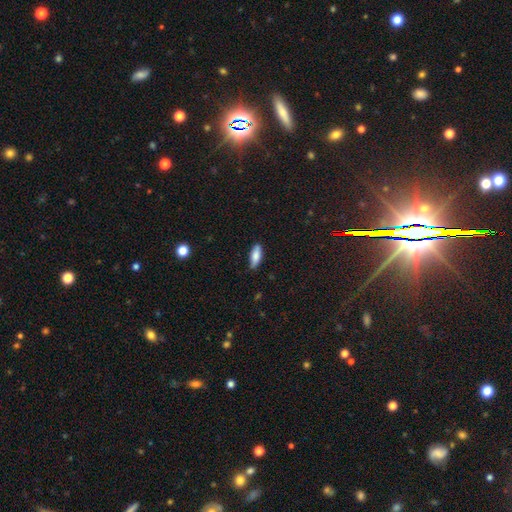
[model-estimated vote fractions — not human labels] The model was most divided on "how rounded": in between: 68%, cigar-shaped: 30%, round: 2%. More confident: smooth or featured — smooth (80%); merging — none (78%).